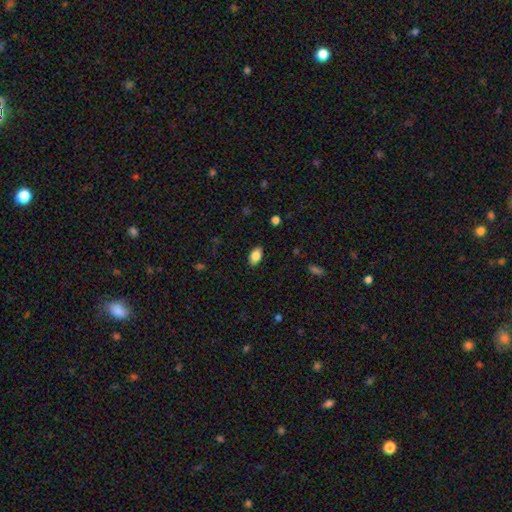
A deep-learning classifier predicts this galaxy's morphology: type=smooth (85%); roundness=in between (92%); merging=none (86%).